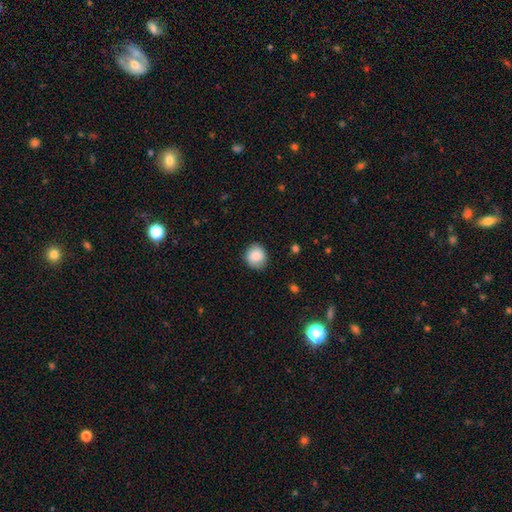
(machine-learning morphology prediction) This is clearly a smooth galaxy (87%). How rounded: clearly round (88%). Merging: clearly none (83%).